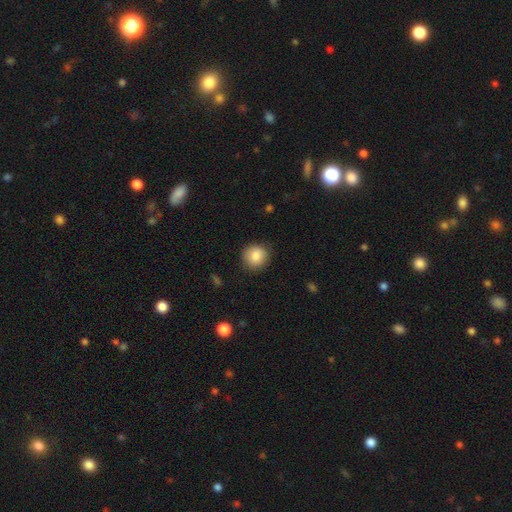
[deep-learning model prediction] Smooth or featured? smooth (86%)
How rounded? round (90%)
Merging? none (87%)